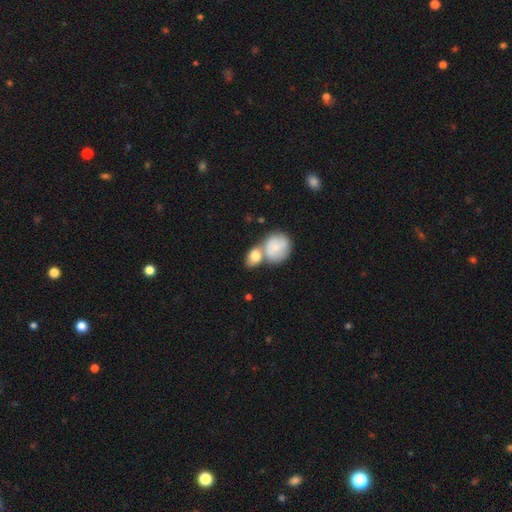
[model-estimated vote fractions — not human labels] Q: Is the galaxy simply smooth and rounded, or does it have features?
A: smooth — 77%.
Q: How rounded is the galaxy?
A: in between — 58%.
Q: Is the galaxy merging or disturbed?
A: merger — 58%.